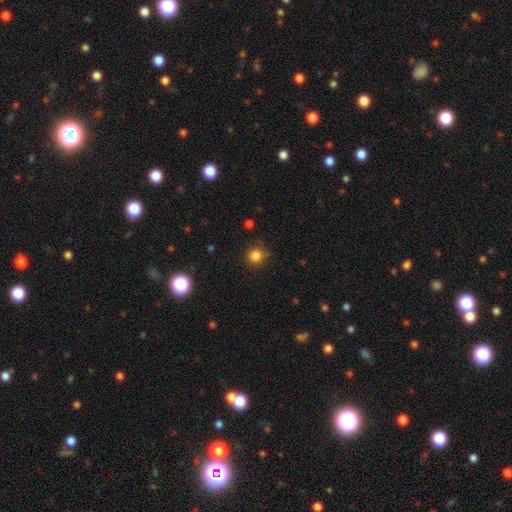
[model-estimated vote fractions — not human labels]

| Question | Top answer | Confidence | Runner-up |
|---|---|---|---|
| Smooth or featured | smooth | 83% | star or artifact (13%) |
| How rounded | round | 93% | in between (6%) |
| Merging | none | 82% | minor disturbance (12%) |